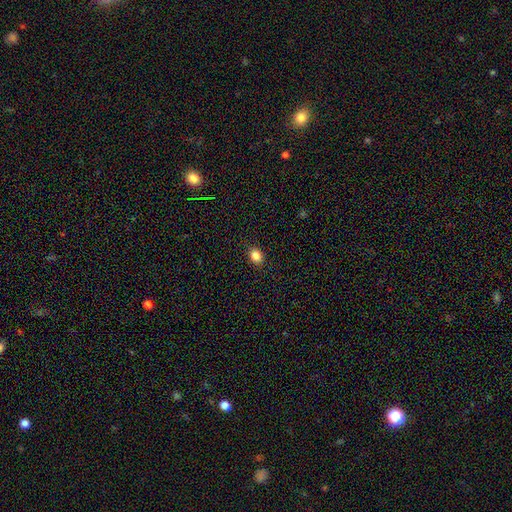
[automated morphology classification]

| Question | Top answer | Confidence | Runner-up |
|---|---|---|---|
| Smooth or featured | smooth | 85% | star or artifact (11%) |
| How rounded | in between | 58% | round (41%) |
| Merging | none | 89% | minor disturbance (8%) |